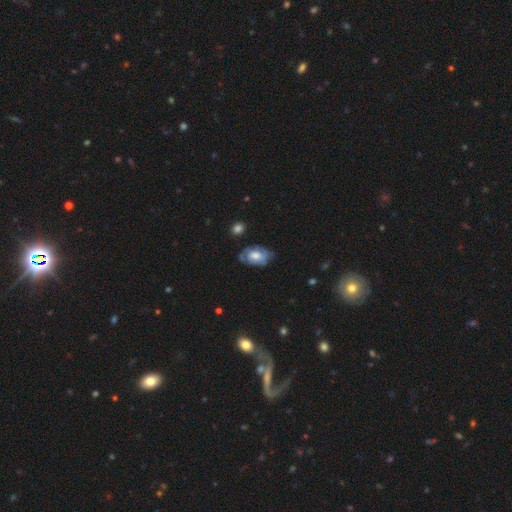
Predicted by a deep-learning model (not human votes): A featured or disk galaxy (54%) with no bar (66%), spiral arms (71%) and a moderate central bulge (51%). Merging: none (62%).